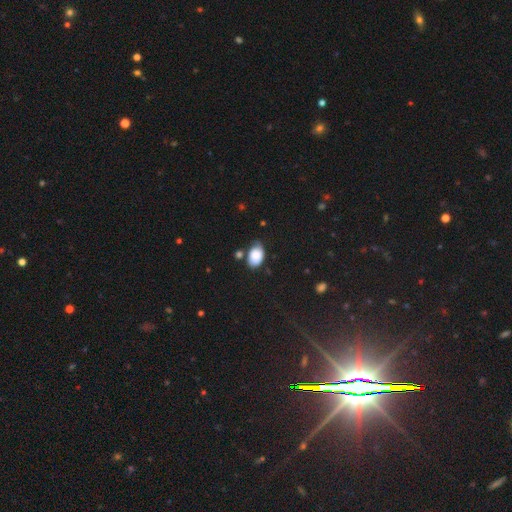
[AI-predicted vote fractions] Q: Smooth or featured?
A: smooth (83%); runner-up: featured or disk (9%)
Q: How rounded?
A: in between (88%); runner-up: round (10%)
Q: Merging?
A: none (53%); runner-up: minor disturbance (31%)